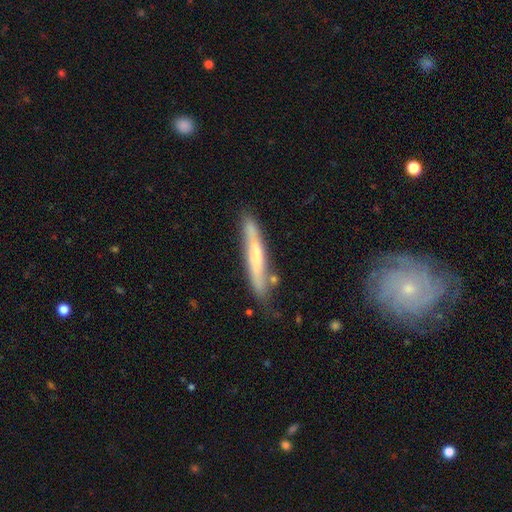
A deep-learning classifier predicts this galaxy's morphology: A smooth galaxy with no disk features (49%). Merging: none (72%).